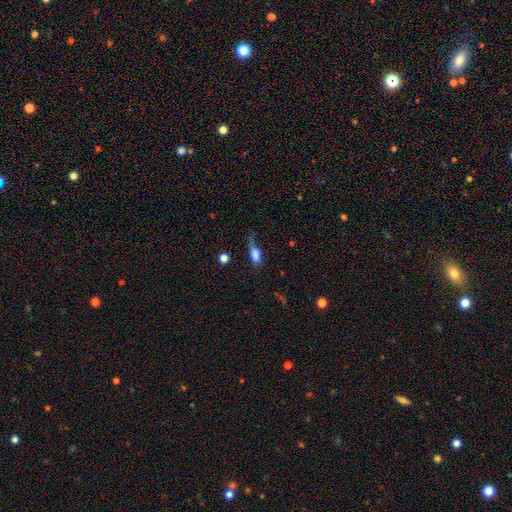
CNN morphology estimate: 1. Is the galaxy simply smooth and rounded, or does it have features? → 75% smooth, 15% featured or disk, 10% star or artifact.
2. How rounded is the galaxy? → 78% in between, 12% round, 11% cigar-shaped.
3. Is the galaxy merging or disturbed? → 35% major disturbance, 32% none, 29% minor disturbance, 5% merger.